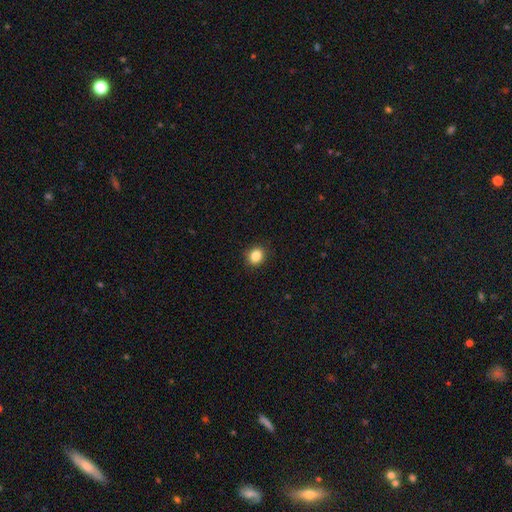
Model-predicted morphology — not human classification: smooth_or_featured: smooth (p=0.86) [alt: star or artifact p=0.10]
how_rounded: round (p=0.68) [alt: in between p=0.31]
merging: none (p=0.90) [alt: minor disturbance p=0.07]